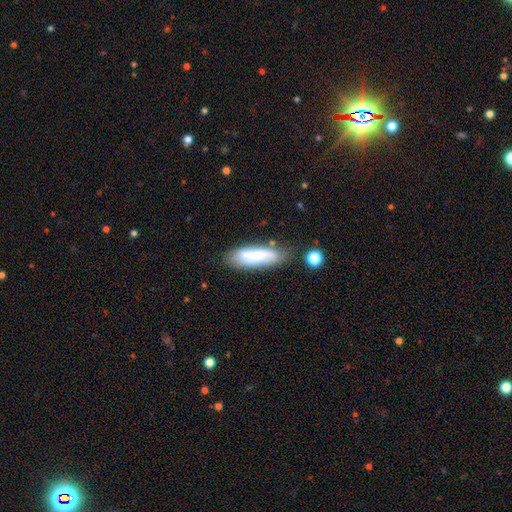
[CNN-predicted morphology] type=smooth (66%); roundness=cigar-shaped (52%); merging=none (66%).